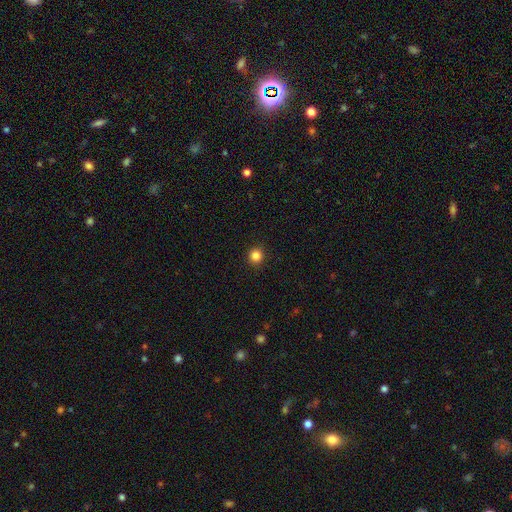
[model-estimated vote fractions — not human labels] A smooth galaxy with no disk features (84%) that is round (94%).

Vote fractions:
- Smooth or featured? smooth: 84% / star or artifact: 12% / featured or disk: 4%
- How rounded? round: 94% / in between: 5% / cigar-shaped: 1%
- Merging? none: 93% / minor disturbance: 5% / major disturbance: 2% / merger: 1%